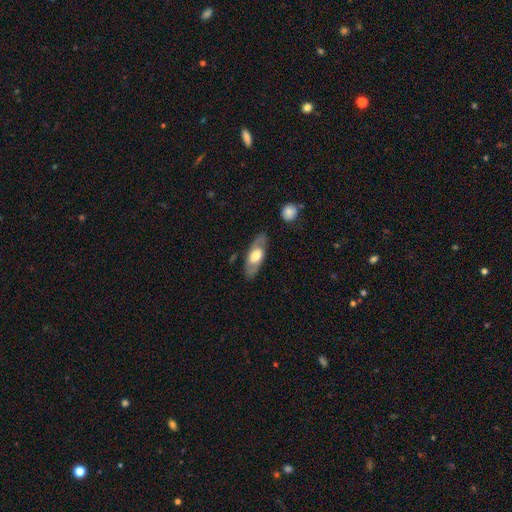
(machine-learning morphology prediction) featured or disk 53%, smooth 41%, star or artifact 5%. Down the decision tree: edge-on disk — no (75%); merging — none (80%).